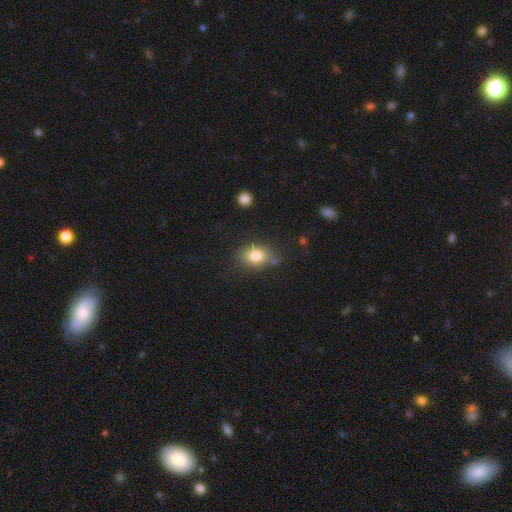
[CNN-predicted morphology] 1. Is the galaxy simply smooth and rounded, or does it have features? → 81% smooth, 10% featured or disk, 9% star or artifact.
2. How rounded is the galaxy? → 72% in between, 27% round, 1% cigar-shaped.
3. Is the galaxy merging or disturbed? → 77% none, 15% minor disturbance, 4% major disturbance, 4% merger.